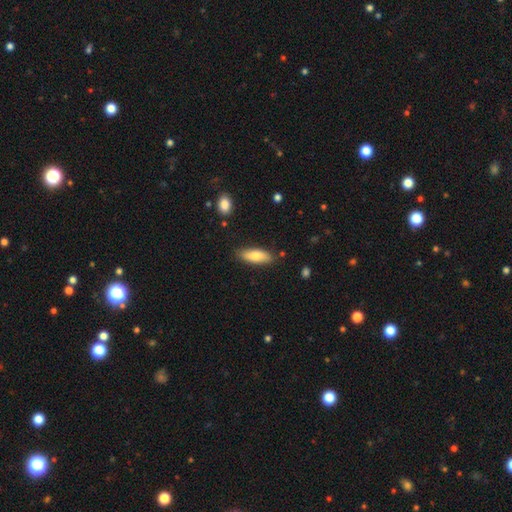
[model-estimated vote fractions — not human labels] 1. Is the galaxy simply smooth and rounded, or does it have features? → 80% smooth, 14% featured or disk, 6% star or artifact.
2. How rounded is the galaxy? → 67% in between, 31% cigar-shaped, 2% round.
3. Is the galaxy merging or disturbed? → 83% none, 12% minor disturbance, 2% major disturbance, 2% merger.